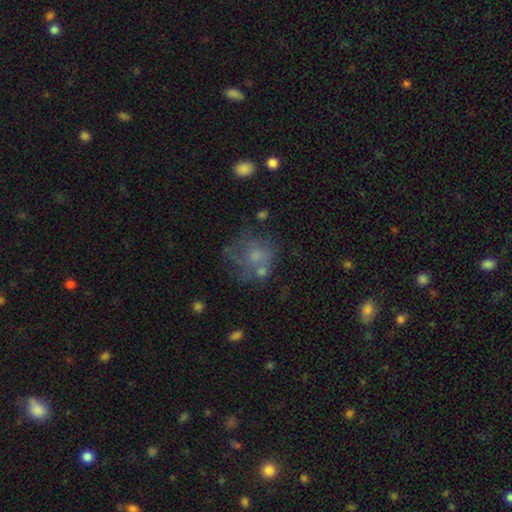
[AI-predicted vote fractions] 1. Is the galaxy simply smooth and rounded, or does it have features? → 48% smooth, 39% featured or disk, 13% star or artifact.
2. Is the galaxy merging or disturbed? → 40% none, 25% major disturbance, 21% minor disturbance, 14% merger.